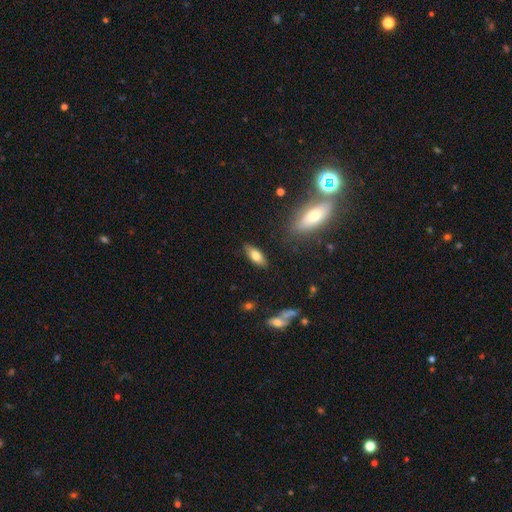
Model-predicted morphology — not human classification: A smooth galaxy with no disk features (76%) that is in between round and cigar-shaped (79%). Merging: none (82%).